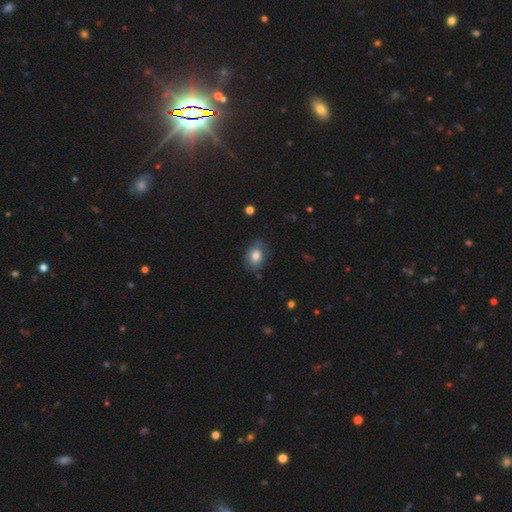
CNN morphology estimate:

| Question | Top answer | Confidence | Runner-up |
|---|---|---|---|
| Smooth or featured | smooth | 78% | featured or disk (14%) |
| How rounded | in between | 66% | round (33%) |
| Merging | none | 71% | minor disturbance (22%) |